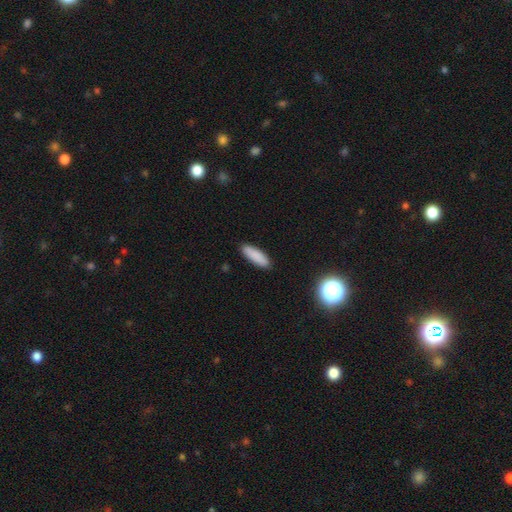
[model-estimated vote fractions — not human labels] This is clearly a smooth galaxy (88%). How rounded: possibly cigar-shaped (52%). Merging: clearly none (90%).